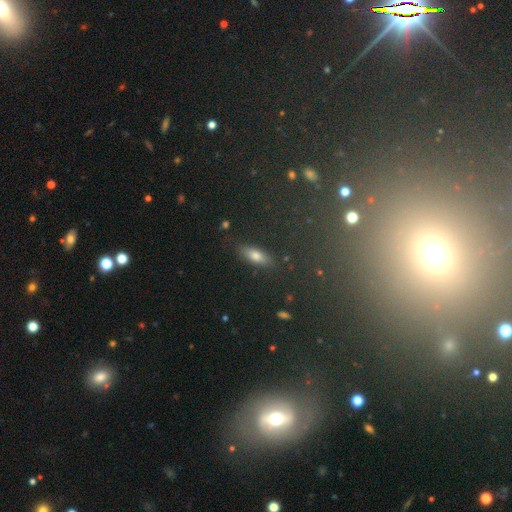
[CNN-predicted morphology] Q: Smooth or featured?
A: smooth (75%); runner-up: featured or disk (16%)
Q: How rounded?
A: in between (70%); runner-up: cigar-shaped (26%)
Q: Merging?
A: none (84%); runner-up: minor disturbance (11%)